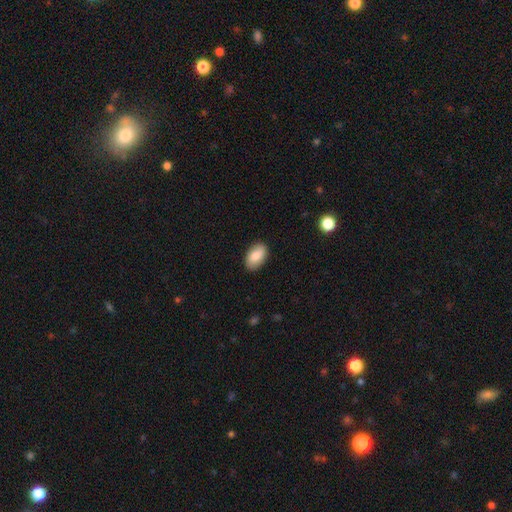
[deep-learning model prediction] Smooth or featured: smooth — 82% (featured or disk — 12%)
How rounded: in between — 93% (round — 5%)
Merging: none — 88% (minor disturbance — 9%)